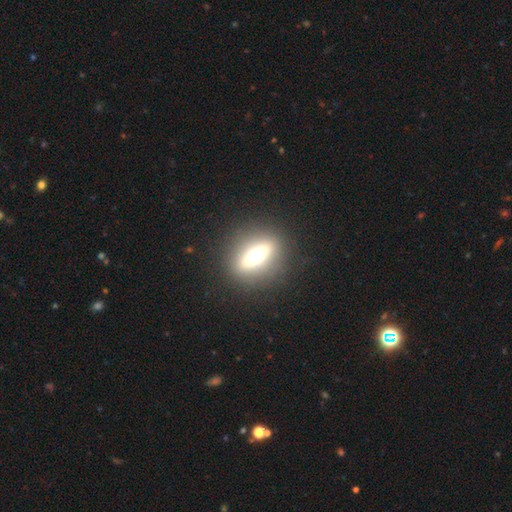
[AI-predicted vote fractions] Q: Smooth or featured?
A: featured or disk (49%); runner-up: smooth (41%)
Q: Merging?
A: none (86%); runner-up: minor disturbance (8%)